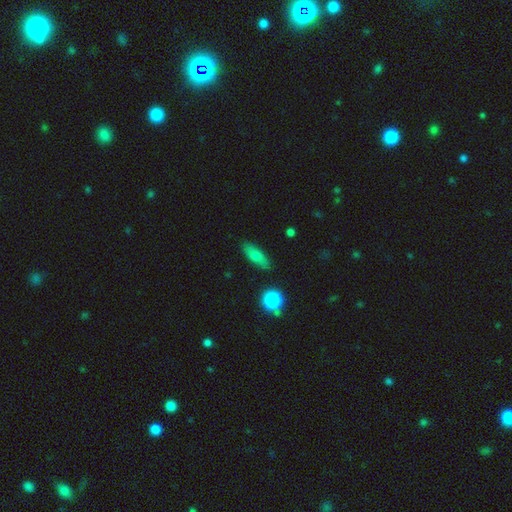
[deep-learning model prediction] smooth-or-featured: smooth: 73% | featured or disk: 18% | star or artifact: 9%
  how-rounded: in between: 62% | cigar-shaped: 33% | round: 5%
  merging: none: 84% | minor disturbance: 12% | major disturbance: 3% | merger: 2%